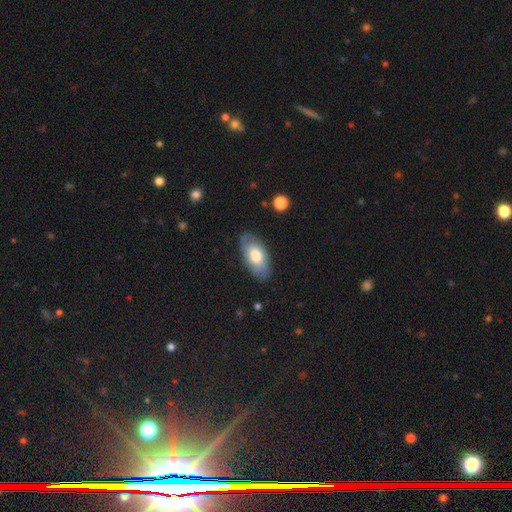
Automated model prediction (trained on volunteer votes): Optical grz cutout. It shows a smooth galaxy with no disk features (69%) that is in between round and cigar-shaped (93%). Merging: none (82%).